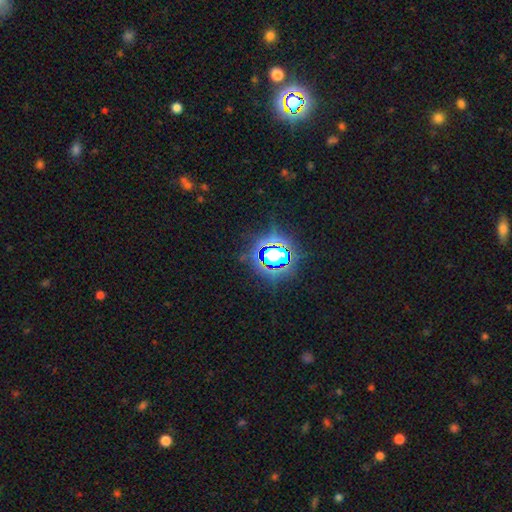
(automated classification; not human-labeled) Smooth or featured? Predicted: star or artifact (p=0.80).